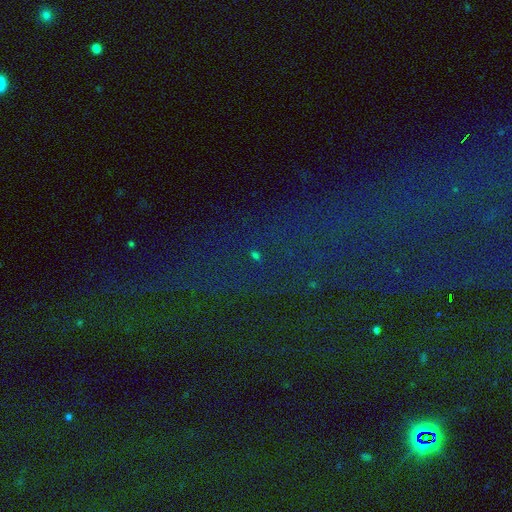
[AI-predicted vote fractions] This is likely a star or artifact rather than a galaxy (69%).